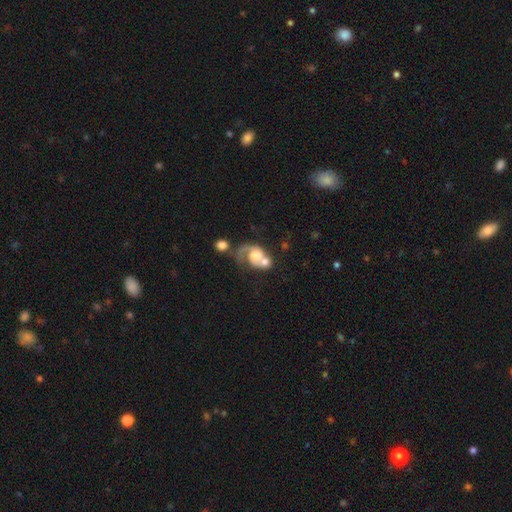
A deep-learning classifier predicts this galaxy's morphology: Smooth or featured?
  - featured or disk: 61% *
  - smooth: 31%
  - star or artifact: 8%
Edge-on disk?
  - no: 98% *
  - yes: 2%
Bar?
  - no: 78% *
  - weak: 18%
  - strong: 4%
Spiral arms?
  - yes: 80% *
  - no: 20%
Bulge size?
  - large: 38% *
  - moderate: 35%
  - small: 12%
  - none: 9%
  - dominant: 7%
Merging?
  - merger: 53% *
  - major disturbance: 21%
  - none: 17%
  - minor disturbance: 9%